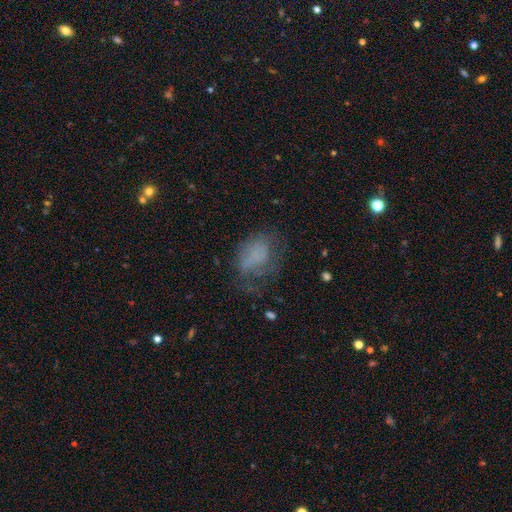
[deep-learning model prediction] A smooth galaxy with no disk features (53%) that is in between round and cigar-shaped (75%).

Vote fractions:
- Smooth or featured? smooth: 53% / featured or disk: 31% / star or artifact: 15%
- How rounded? in between: 75% / round: 23% / cigar-shaped: 2%
- Merging? none: 37% / major disturbance: 35% / minor disturbance: 26% / merger: 2%